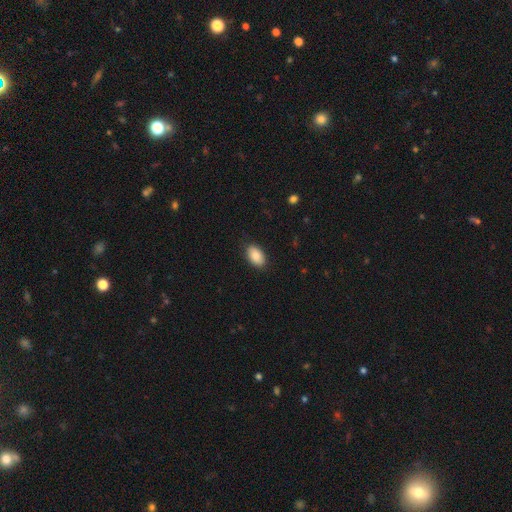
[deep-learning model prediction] Morphology: type=smooth (88%); roundness=in between (93%); merging=none (87%).